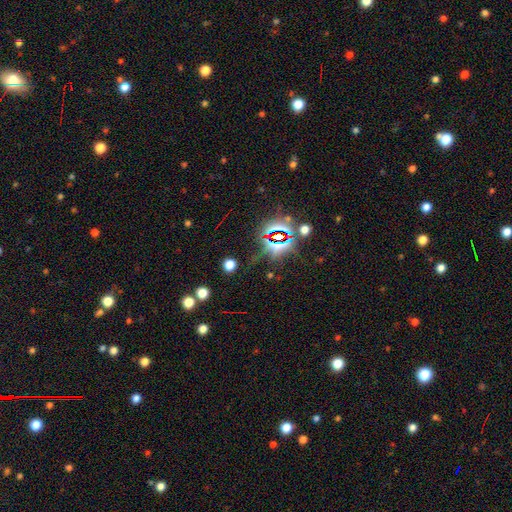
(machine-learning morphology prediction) smooth-or-featured: star or artifact: 80% | smooth: 12% | featured or disk: 8%